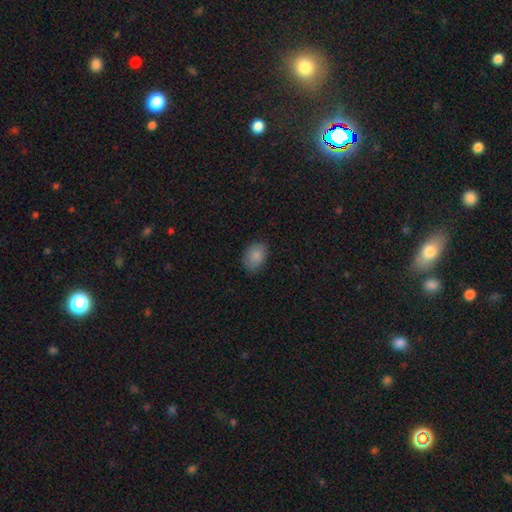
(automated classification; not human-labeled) smooth-or-featured: smooth: 85% | star or artifact: 8% | featured or disk: 7%
  how-rounded: in between: 76% | round: 23% | cigar-shaped: 1%
  merging: none: 80% | minor disturbance: 16% | major disturbance: 3% | merger: 1%